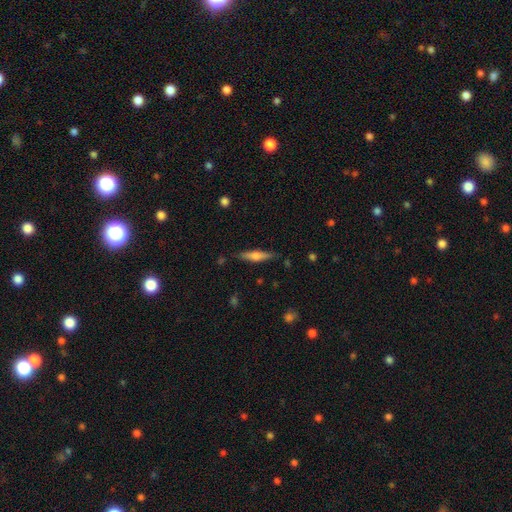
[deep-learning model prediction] Overall: smooth (47%; featured or disk 46%). Merging: none (85%).